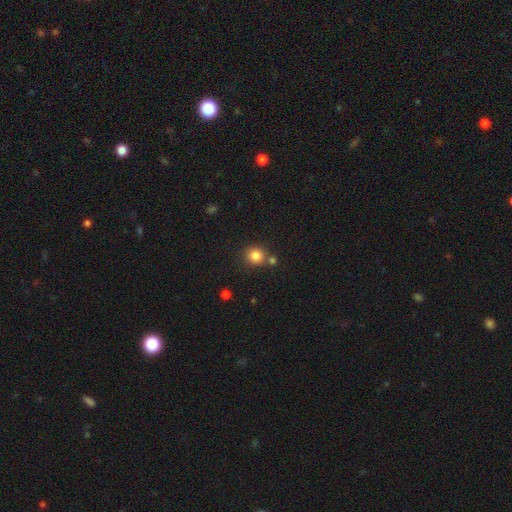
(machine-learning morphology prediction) Q: Smooth or featured?
A: smooth (83%); runner-up: star or artifact (12%)
Q: How rounded?
A: round (89%); runner-up: in between (10%)
Q: Merging?
A: none (75%); runner-up: merger (14%)